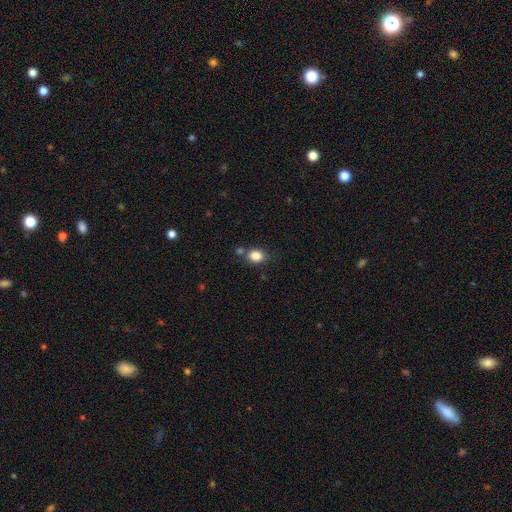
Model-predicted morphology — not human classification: A smooth galaxy with no disk features (85%) that is in between round and cigar-shaped (53%).

Vote fractions:
- Smooth or featured? smooth: 85% / star or artifact: 10% / featured or disk: 5%
- How rounded? in between: 53% / round: 45% / cigar-shaped: 1%
- Merging? none: 68% / merger: 14% / minor disturbance: 14% / major disturbance: 4%